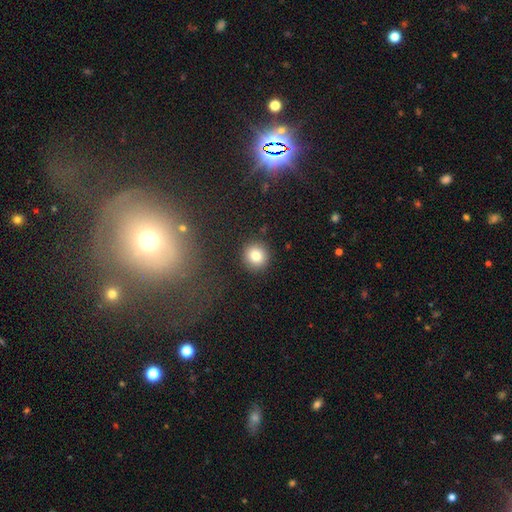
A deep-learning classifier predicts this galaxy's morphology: Smooth or featured? smooth (82%)
How rounded? round (92%)
Merging? none (91%)